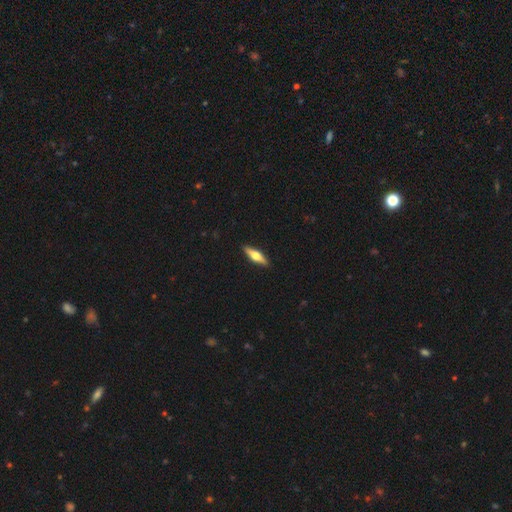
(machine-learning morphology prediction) Smooth or featured? Predicted: featured or disk (p=0.58). Edge-on disk? Predicted: yes (p=0.95). Edge-on bulge? Predicted: rounded (p=0.95). Merging? Predicted: none (p=0.91).